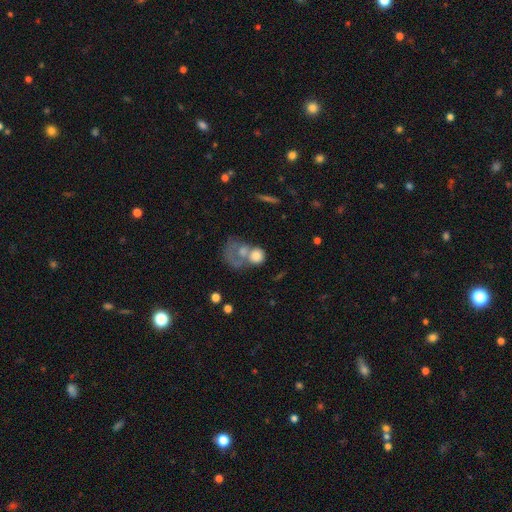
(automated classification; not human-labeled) Q: Smooth or featured?
A: smooth (63%); runner-up: featured or disk (26%)
Q: How rounded?
A: round (59%); runner-up: in between (39%)
Q: Merging?
A: merger (52%); runner-up: major disturbance (21%)